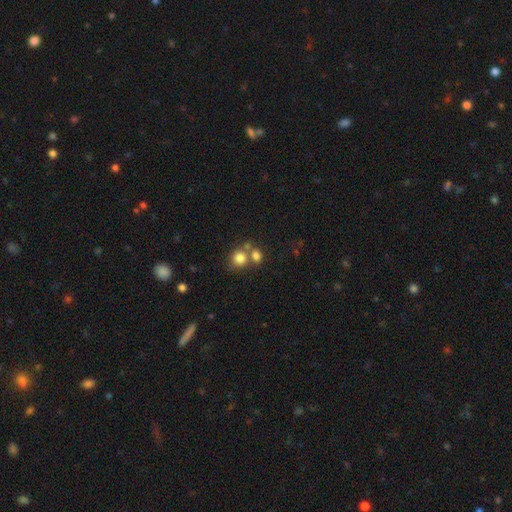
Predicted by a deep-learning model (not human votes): smooth 78%, star or artifact 12%, featured or disk 9%. Down the decision tree: how rounded — round (71%); merging — none (45%).